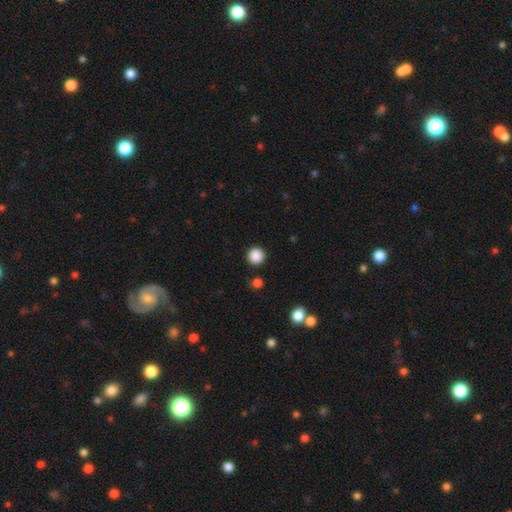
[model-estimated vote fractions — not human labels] Q: Smooth or featured?
A: smooth (87%); runner-up: star or artifact (10%)
Q: How rounded?
A: round (94%); runner-up: in between (5%)
Q: Merging?
A: none (91%); runner-up: minor disturbance (5%)